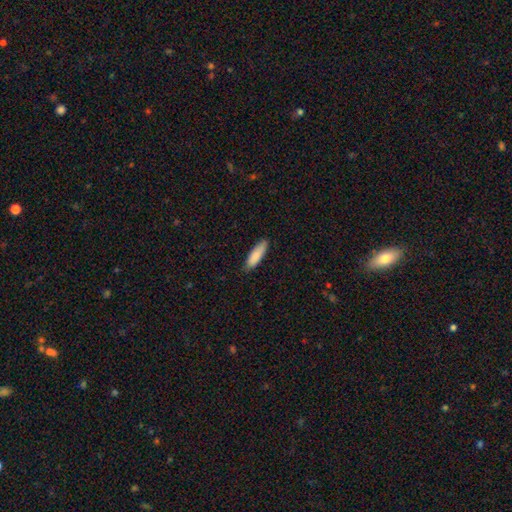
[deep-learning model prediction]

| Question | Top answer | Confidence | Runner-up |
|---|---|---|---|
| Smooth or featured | smooth | 87% | featured or disk (8%) |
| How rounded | cigar-shaped | 60% | in between (39%) |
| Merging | none | 85% | minor disturbance (13%) |